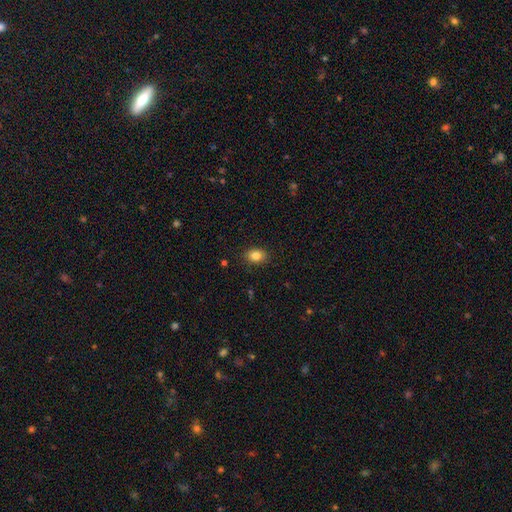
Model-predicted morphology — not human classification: This is clearly a smooth galaxy (84%). How rounded: likely in between (71%). Merging: clearly none (87%).